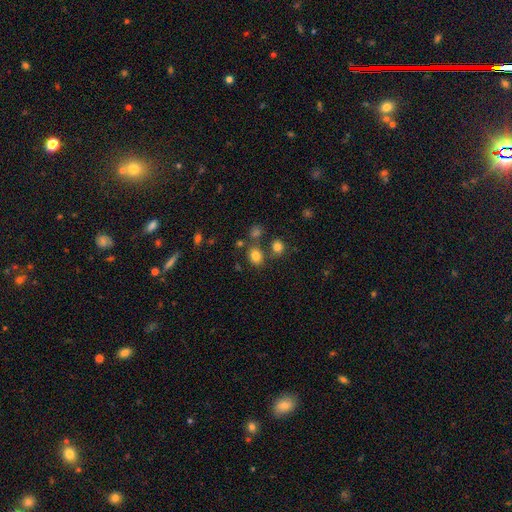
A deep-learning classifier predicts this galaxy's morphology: Overall: smooth (79%). How rounded: round (61%; in between 38%). Merging: none (72%).